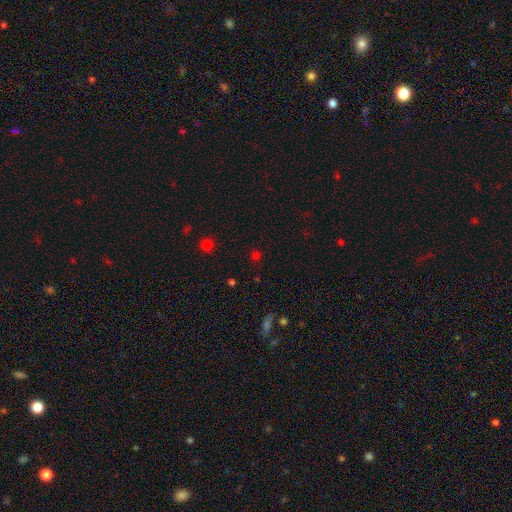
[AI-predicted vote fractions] The model was most divided on "smooth or featured": smooth: 53%, star or artifact: 41%, featured or disk: 5%. More confident: how rounded — round (87%); merging — none (85%).